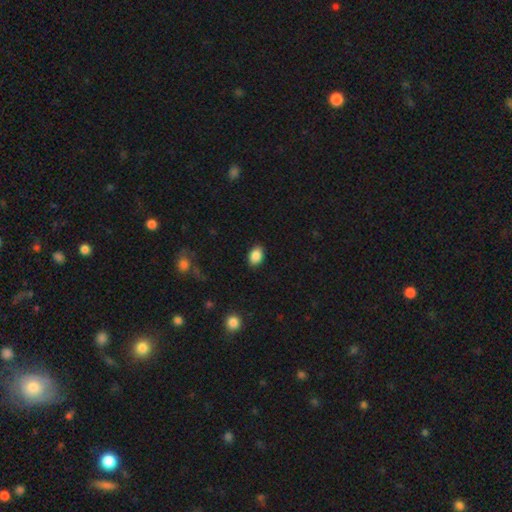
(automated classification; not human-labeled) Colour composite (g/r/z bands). It shows a smooth galaxy with no disk features (88%) that is in between round and cigar-shaped (80%). Merging: none (87%).